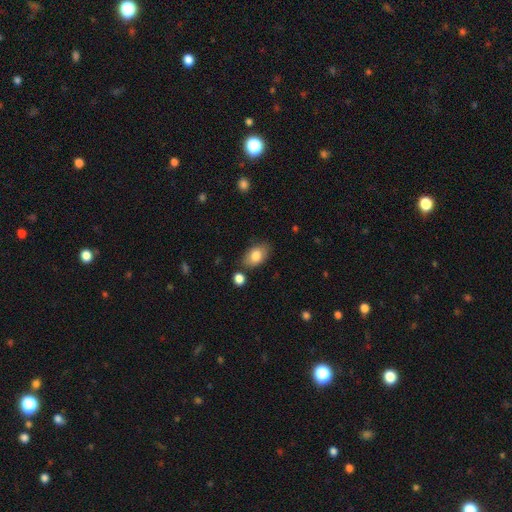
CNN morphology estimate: smooth 81%, featured or disk 12%, star or artifact 7%. Down the decision tree: how rounded — in between (89%); merging — none (77%).